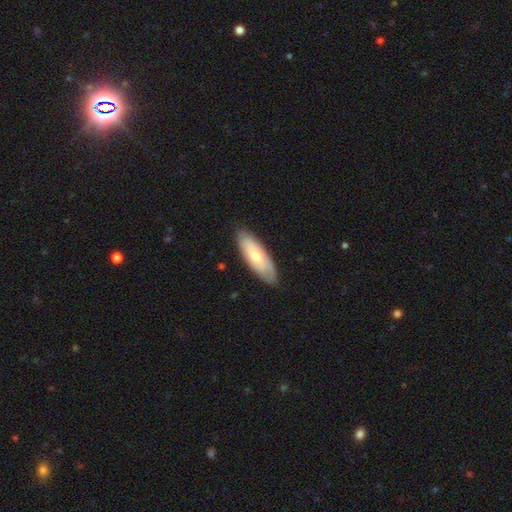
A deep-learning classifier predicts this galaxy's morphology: This appears to be a smooth galaxy with no disk features (63%) that is in between round and cigar-shaped (65%). Merging: none (83%).